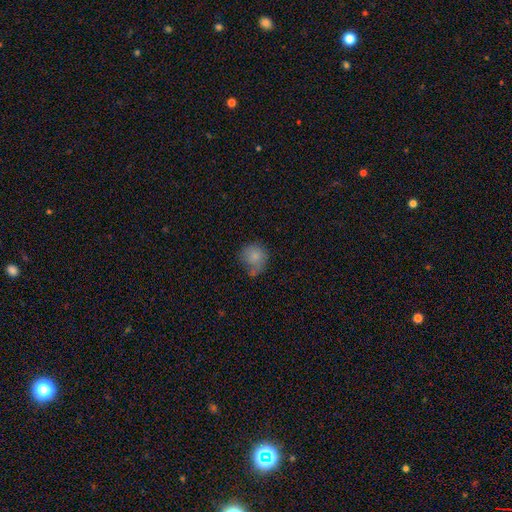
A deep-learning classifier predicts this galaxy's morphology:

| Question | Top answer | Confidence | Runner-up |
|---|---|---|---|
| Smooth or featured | smooth | 81% | star or artifact (10%) |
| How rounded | round | 84% | in between (15%) |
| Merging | none | 52% | minor disturbance (23%) |